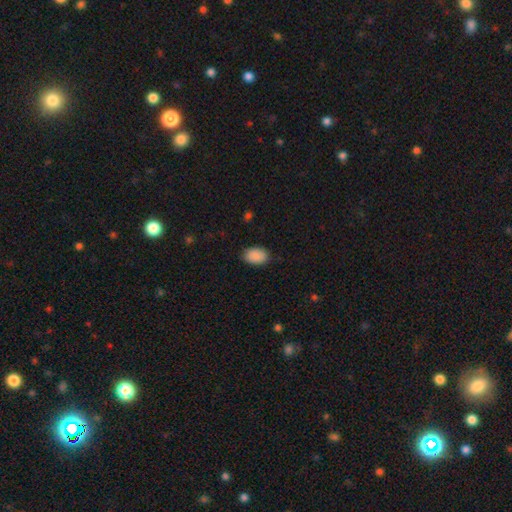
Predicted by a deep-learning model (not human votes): This is clearly a smooth galaxy (90%). How rounded: clearly in between (89%). Merging: clearly none (85%).